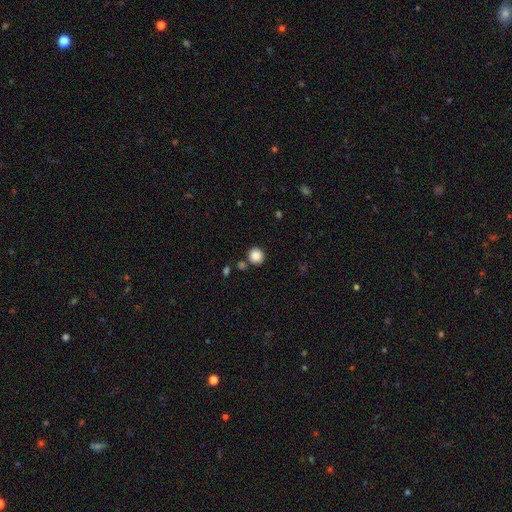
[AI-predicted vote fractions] Morphology: type=smooth (87%); roundness=round (92%); merging=none (82%).